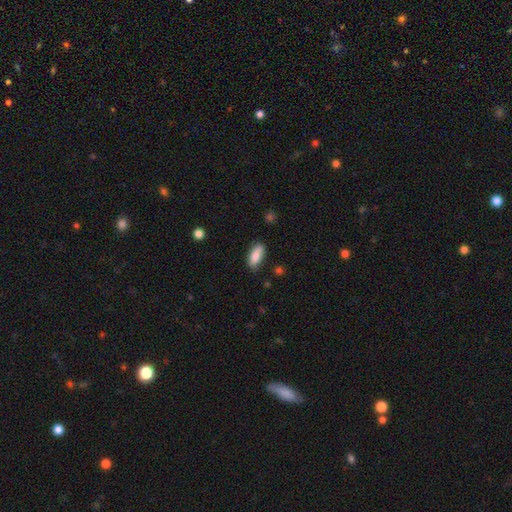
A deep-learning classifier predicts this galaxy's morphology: A smooth galaxy with no disk features (85%) that is in between round and cigar-shaped (79%).

Vote fractions:
- Smooth or featured? smooth: 85% / featured or disk: 8% / star or artifact: 7%
- How rounded? in between: 79% / cigar-shaped: 19% / round: 2%
- Merging? none: 82% / minor disturbance: 13% / major disturbance: 3% / merger: 2%